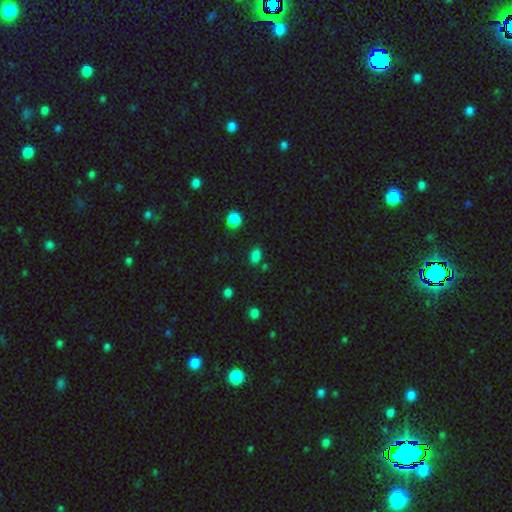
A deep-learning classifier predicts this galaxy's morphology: smooth_or_featured: smooth (p=0.81) [alt: star or artifact p=0.15]
how_rounded: in between (p=0.78) [alt: round p=0.20]
merging: none (p=0.78) [alt: minor disturbance p=0.13]